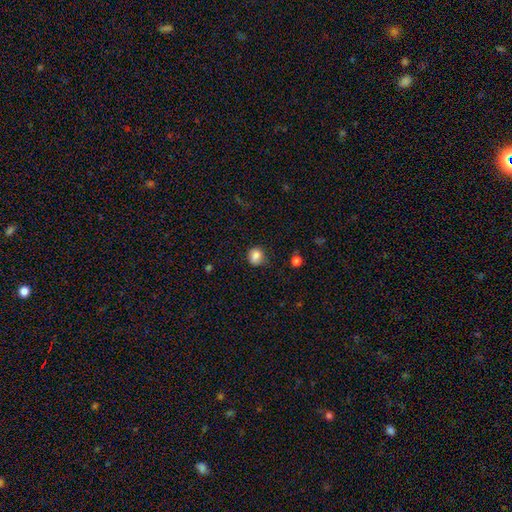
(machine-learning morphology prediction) smooth 83%, star or artifact 10%, featured or disk 6%. Down the decision tree: how rounded — round (73%); merging — none (71%).